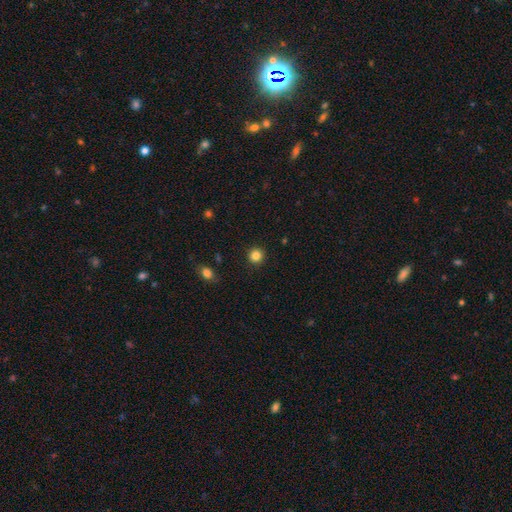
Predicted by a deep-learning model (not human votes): Q: Smooth or featured?
A: smooth (84%); runner-up: star or artifact (12%)
Q: How rounded?
A: round (94%); runner-up: in between (5%)
Q: Merging?
A: none (92%); runner-up: minor disturbance (5%)